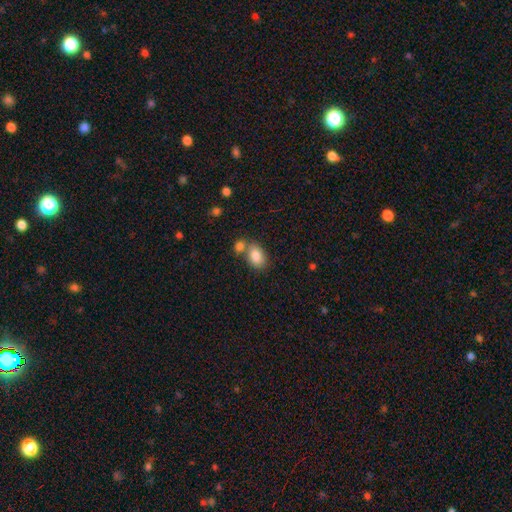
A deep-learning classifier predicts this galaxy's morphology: The model was most divided on "merging": none: 51%, merger: 34%, minor disturbance: 11%, major disturbance: 4%. More confident: smooth or featured — smooth (84%); how rounded — in between (83%).